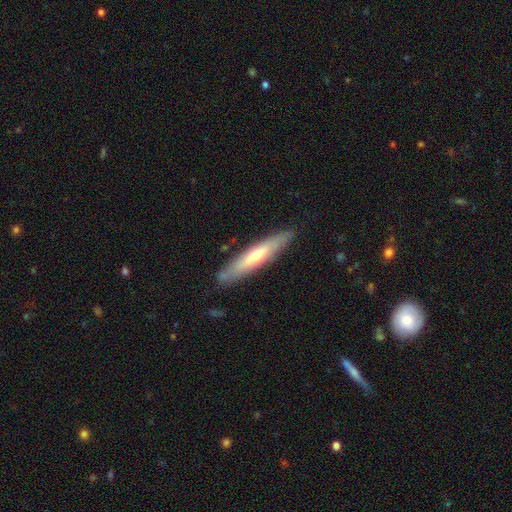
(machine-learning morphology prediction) This is possibly a featured or disk galaxy (49%). Merging: clearly none (86%).